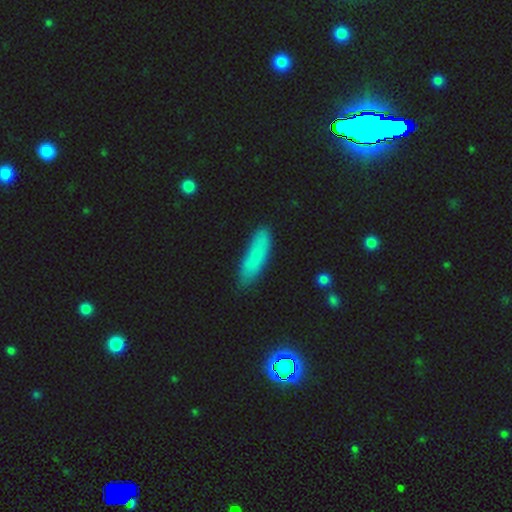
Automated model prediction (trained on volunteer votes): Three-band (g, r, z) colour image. It shows a smooth galaxy with no disk features (77%) that is cigar-shaped (59%). Merging: none (79%).